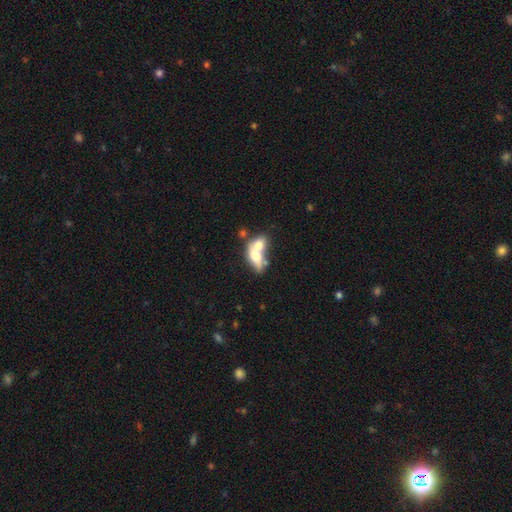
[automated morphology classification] Q: Smooth or featured?
A: smooth (61%); runner-up: featured or disk (31%)
Q: How rounded?
A: in between (78%); runner-up: round (15%)
Q: Merging?
A: merger (71%); runner-up: none (15%)